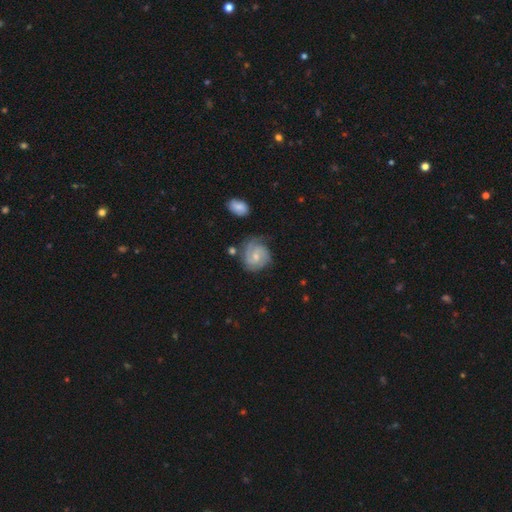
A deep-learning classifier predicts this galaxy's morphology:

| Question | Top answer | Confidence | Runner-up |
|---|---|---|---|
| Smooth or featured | featured or disk | 77% | smooth (17%) |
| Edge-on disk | no | 98% | yes (2%) |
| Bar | no | 55% | weak (39%) |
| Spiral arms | yes | 96% | no (4%) |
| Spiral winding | tight | 57% | medium (35%) |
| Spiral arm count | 2 | 44% | 3 (26%) |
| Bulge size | small | 55% | moderate (39%) |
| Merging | none | 68% | minor disturbance (20%) |